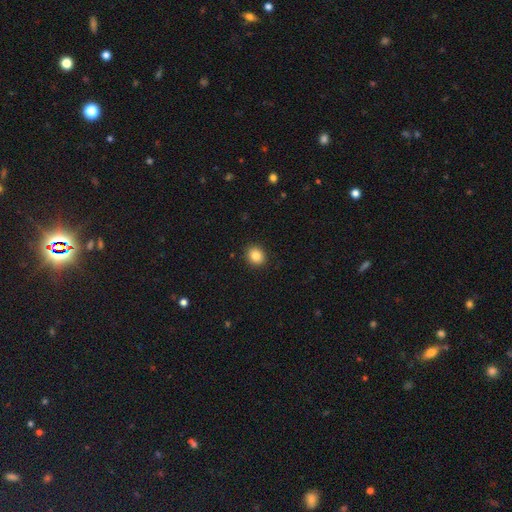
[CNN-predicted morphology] Smooth or featured: smooth — 85% (star or artifact — 10%)
How rounded: round — 74% (in between — 25%)
Merging: none — 91% (minor disturbance — 6%)